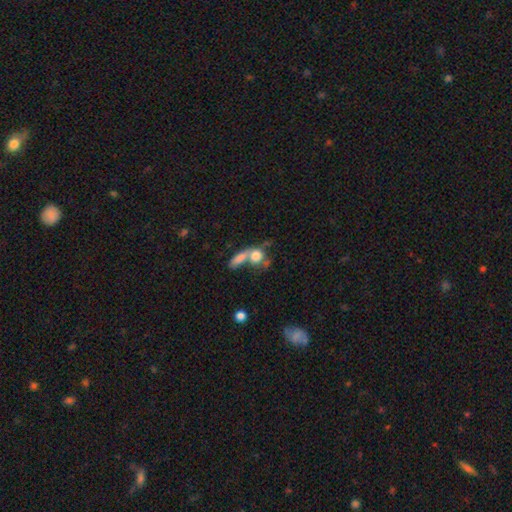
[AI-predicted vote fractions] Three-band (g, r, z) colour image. It shows a smooth galaxy with no disk features (70%) that is round (57%). Merging: merger (52%).